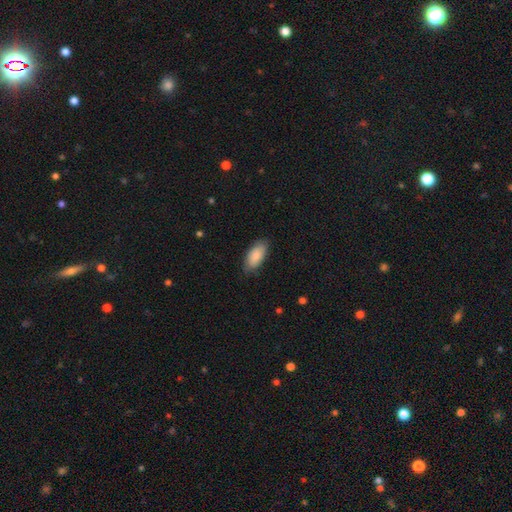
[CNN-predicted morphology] Smooth or featured? smooth (85%)
How rounded? in between (90%)
Merging? none (81%)